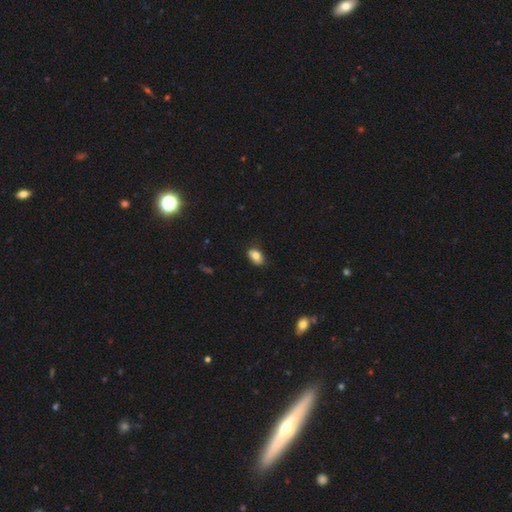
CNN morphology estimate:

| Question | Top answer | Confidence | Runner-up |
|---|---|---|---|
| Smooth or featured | smooth | 79% | featured or disk (13%) |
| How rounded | in between | 89% | round (8%) |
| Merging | none | 74% | minor disturbance (21%) |